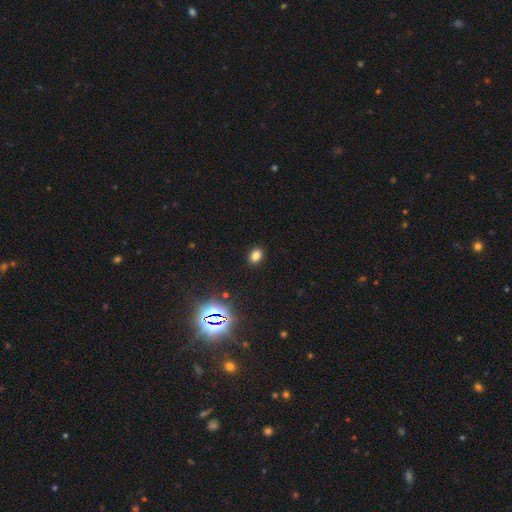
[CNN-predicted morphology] The model was most divided on "how rounded": in between: 70%, round: 28%, cigar-shaped: 1%. More confident: merging — none (89%); smooth or featured — smooth (76%).